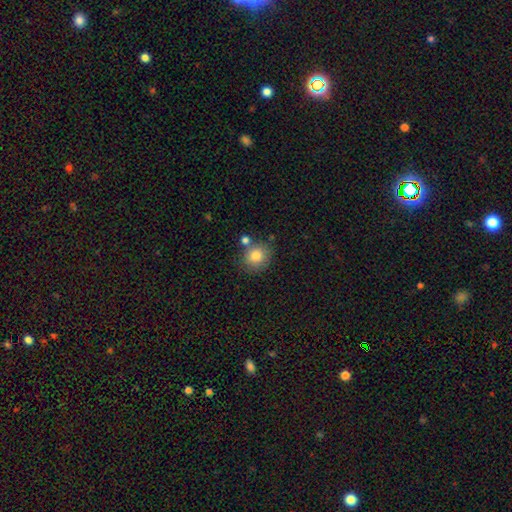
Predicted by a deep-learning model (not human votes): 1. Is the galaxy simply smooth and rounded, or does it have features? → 81% smooth, 10% star or artifact, 9% featured or disk.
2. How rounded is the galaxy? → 79% round, 20% in between, 1% cigar-shaped.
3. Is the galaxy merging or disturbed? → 69% none, 13% minor disturbance, 13% merger, 4% major disturbance.